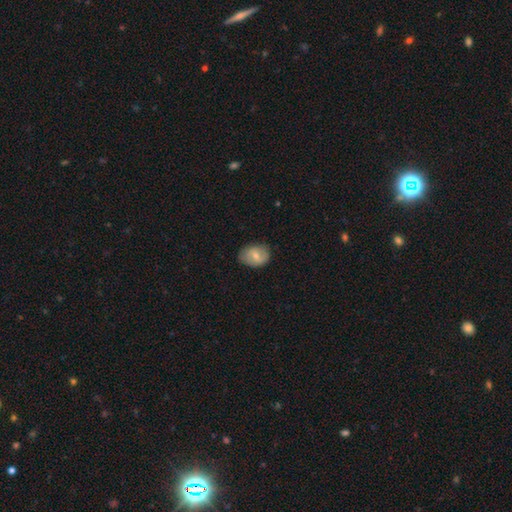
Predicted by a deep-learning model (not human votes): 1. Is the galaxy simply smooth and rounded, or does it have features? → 65% smooth, 28% featured or disk, 7% star or artifact.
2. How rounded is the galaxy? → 68% in between, 31% round, 1% cigar-shaped.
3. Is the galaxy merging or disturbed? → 74% none, 21% minor disturbance, 4% major disturbance, 1% merger.